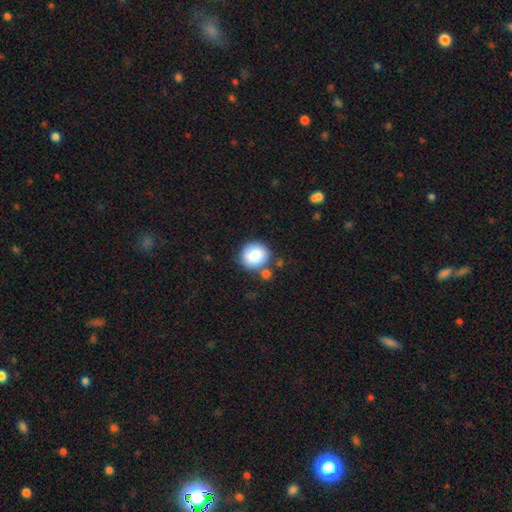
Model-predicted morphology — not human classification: The model was most divided on "merging": none: 74%, merger: 12%, minor disturbance: 11%, major disturbance: 3%. More confident: how rounded — round (89%); smooth or featured — smooth (80%).